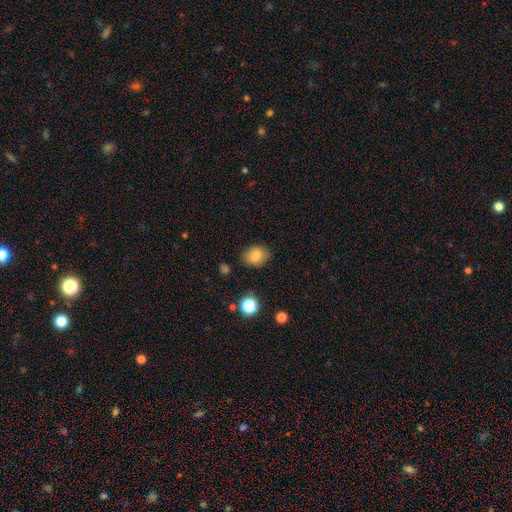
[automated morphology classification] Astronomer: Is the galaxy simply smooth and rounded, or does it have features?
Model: smooth — 82%.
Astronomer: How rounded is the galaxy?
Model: in between — 61% (runner-up: round, 38%).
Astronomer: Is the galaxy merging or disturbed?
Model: none — 82%.